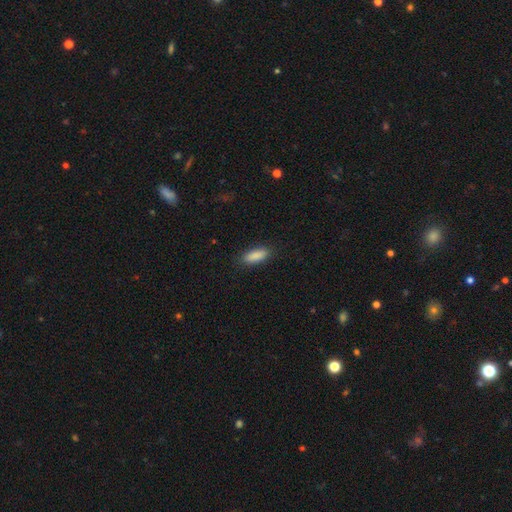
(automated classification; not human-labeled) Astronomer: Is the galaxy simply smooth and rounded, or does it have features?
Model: smooth — 89%.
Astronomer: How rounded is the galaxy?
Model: in between — 68%.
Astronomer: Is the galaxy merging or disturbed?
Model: none — 87%.